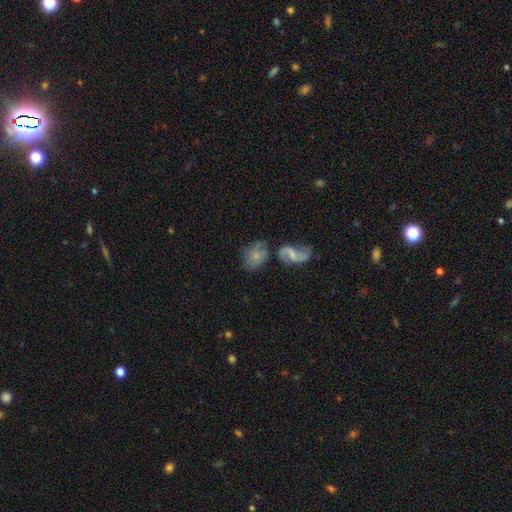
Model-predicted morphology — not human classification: type=smooth (56%); roundness=in between (72%); merging=none (41%).